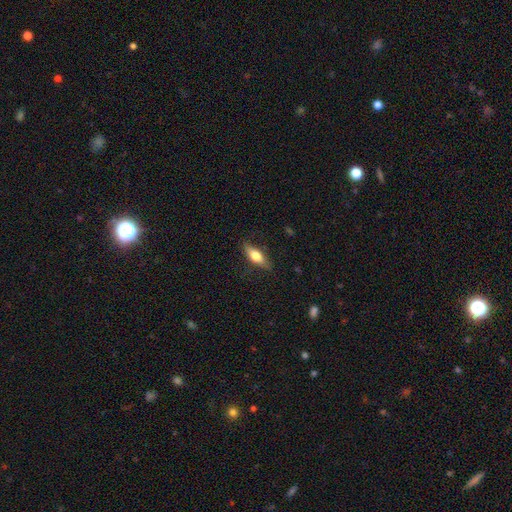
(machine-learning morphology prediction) This is likely a smooth galaxy (61%). How rounded: possibly in between (58%). Merging: clearly none (81%).